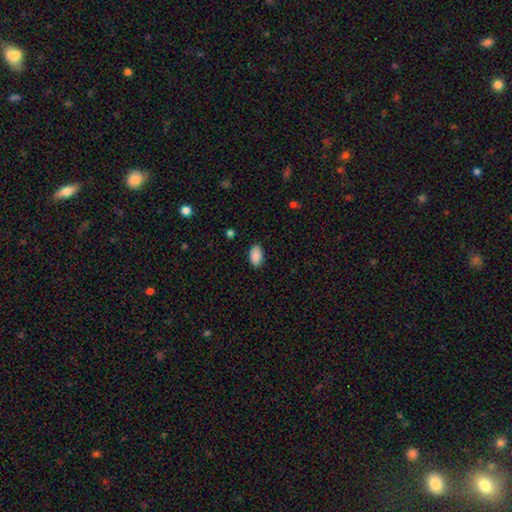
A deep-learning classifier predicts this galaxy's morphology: smooth_or_featured: smooth (p=0.90) [alt: star or artifact p=0.07]
how_rounded: in between (p=0.94) [alt: round p=0.04]
merging: none (p=0.88) [alt: minor disturbance p=0.09]